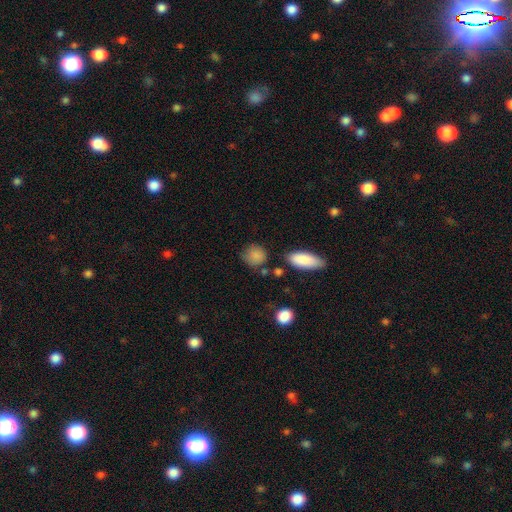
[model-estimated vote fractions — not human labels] Smooth or featured? smooth (86%)
How rounded? round (77%)
Merging? none (70%)